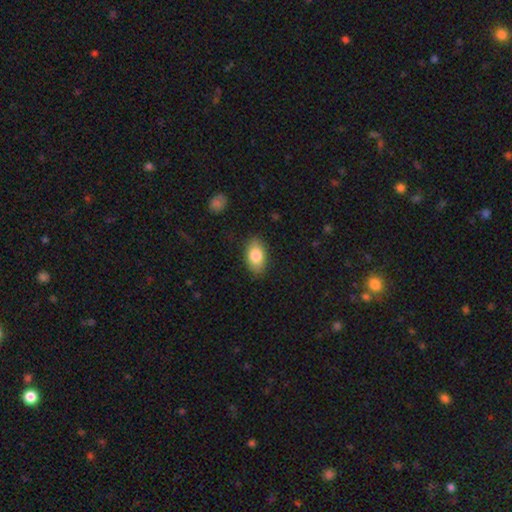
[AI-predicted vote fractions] smooth_or_featured: smooth (p=0.82) [alt: featured or disk p=0.11]
how_rounded: in between (p=0.91) [alt: round p=0.07]
merging: none (p=0.84) [alt: minor disturbance p=0.12]